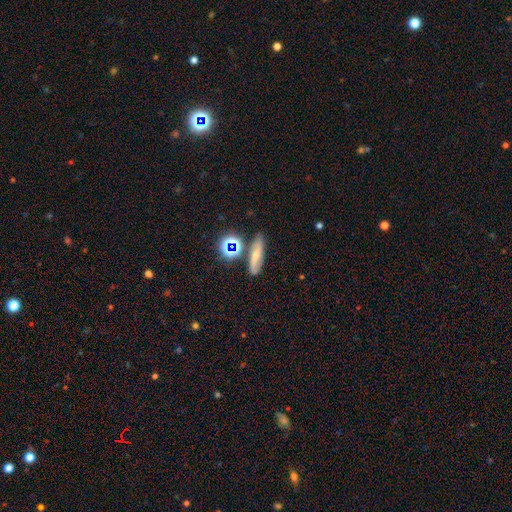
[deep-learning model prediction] Morphology: type=smooth (51%); roundness=cigar-shaped (52%); merging=none (73%).